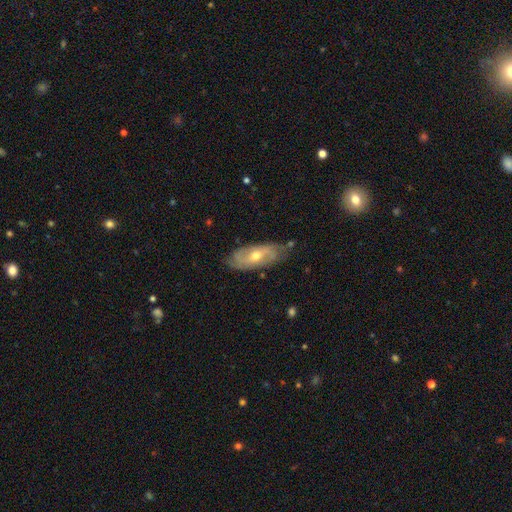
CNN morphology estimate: featured or disk 70%, smooth 24%, star or artifact 7%. Down the decision tree: edge-on disk — no (83%); bar — no (54%); spiral arms — yes (83%); bulge size — moderate (58%); merging — none (75%).